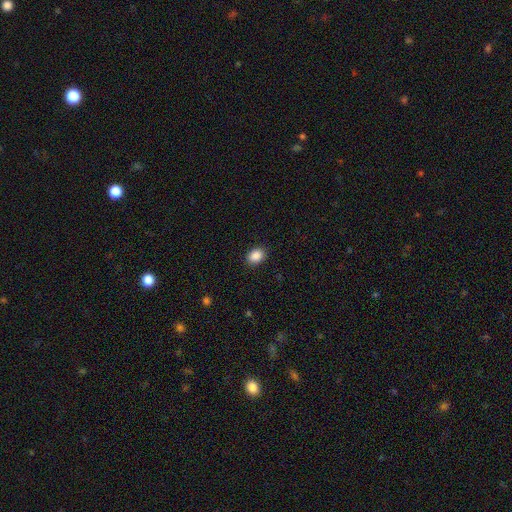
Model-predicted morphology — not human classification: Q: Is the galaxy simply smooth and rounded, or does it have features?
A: smooth — 89%.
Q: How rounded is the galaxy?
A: in between — 70%.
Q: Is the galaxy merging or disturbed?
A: none — 89%.